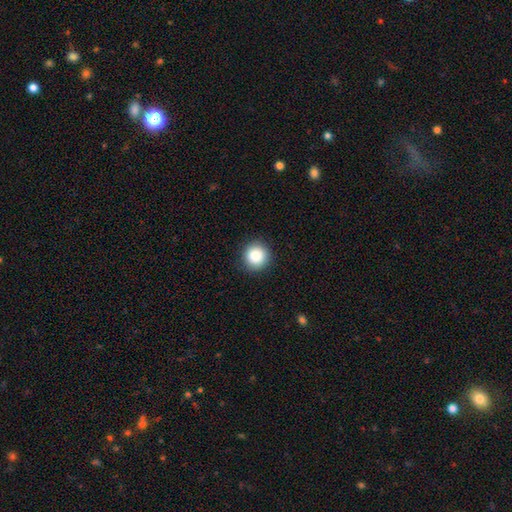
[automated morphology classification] smooth_or_featured: smooth (p=0.87) [alt: star or artifact p=0.09]
how_rounded: round (p=0.94) [alt: in between p=0.05]
merging: none (p=0.91) [alt: minor disturbance p=0.06]